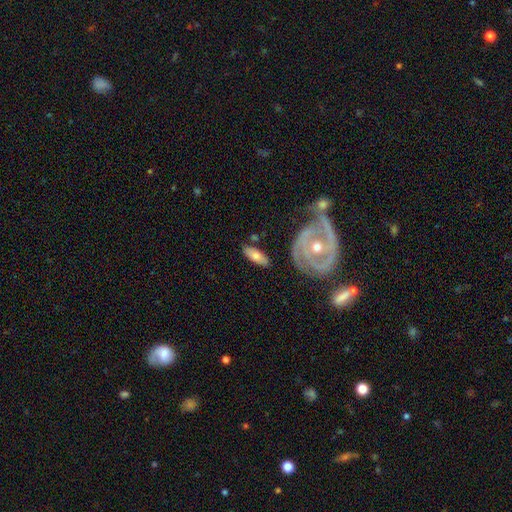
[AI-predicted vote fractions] This appears to be a smooth galaxy with no disk features (60%) that is in between round and cigar-shaped (69%). Merging: none (78%).